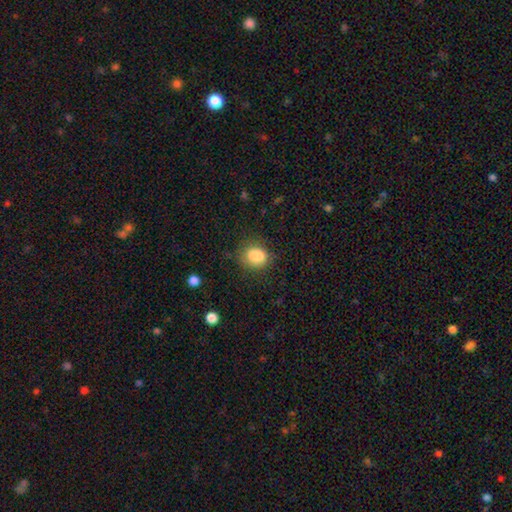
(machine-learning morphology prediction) Smooth or featured? Predicted: smooth (p=0.85). How rounded? Predicted: in between (p=0.50). Merging? Predicted: none (p=0.71).